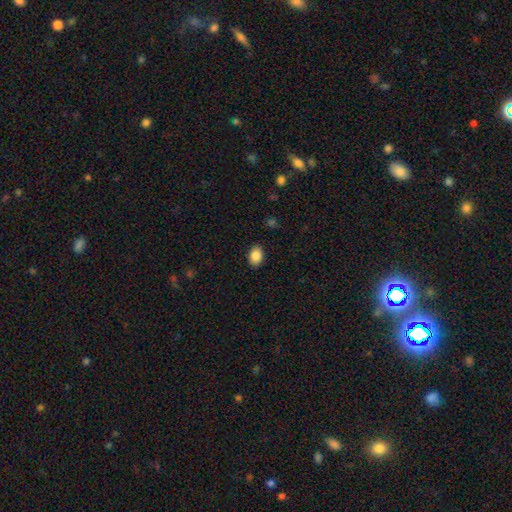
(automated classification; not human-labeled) A smooth galaxy with no disk features (87%) that is in between round and cigar-shaped (78%).

Vote fractions:
- Smooth or featured? smooth: 87% / star or artifact: 8% / featured or disk: 5%
- How rounded? in between: 78% / round: 21% / cigar-shaped: 1%
- Merging? none: 89% / minor disturbance: 8% / major disturbance: 2% / merger: 1%